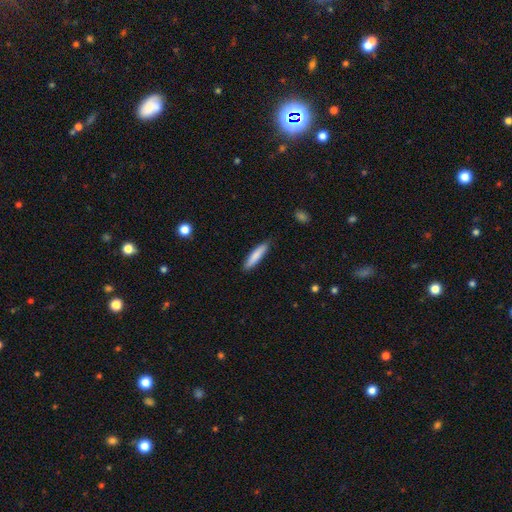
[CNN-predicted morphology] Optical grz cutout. It shows a smooth galaxy with no disk features (82%) that is cigar-shaped (85%). Merging: none (88%).